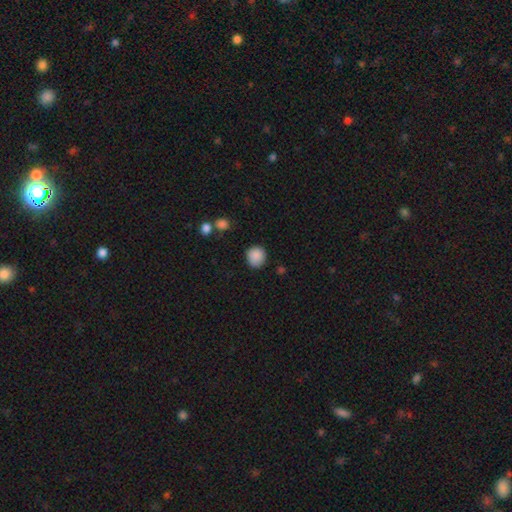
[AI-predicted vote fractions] Smooth or featured? smooth (88%)
How rounded? round (89%)
Merging? none (84%)